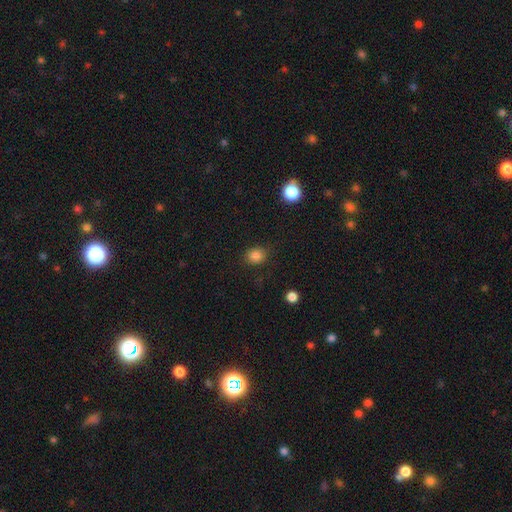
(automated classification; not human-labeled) Morphology: type=smooth (84%); roundness=round (69%); merging=none (83%).